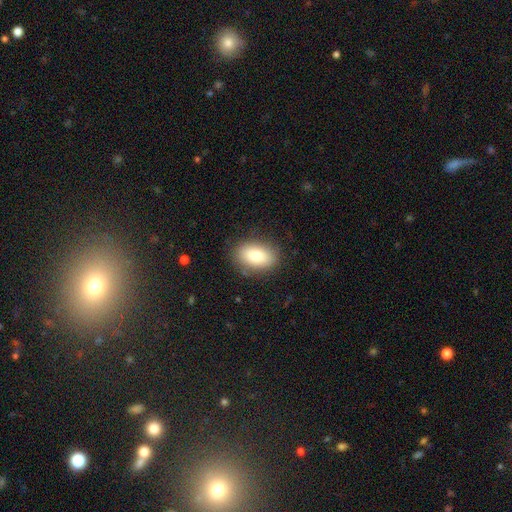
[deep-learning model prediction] A smooth galaxy with no disk features (80%) that is in between round and cigar-shaped (88%).

Vote fractions:
- Smooth or featured? smooth: 80% / featured or disk: 12% / star or artifact: 8%
- How rounded? in between: 88% / round: 11% / cigar-shaped: 2%
- Merging? none: 85% / minor disturbance: 11% / major disturbance: 3% / merger: 1%